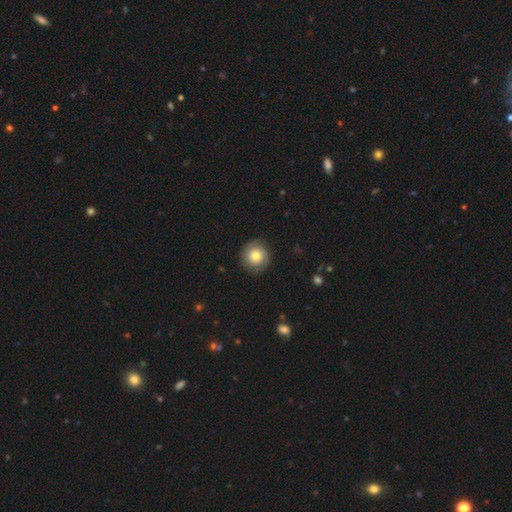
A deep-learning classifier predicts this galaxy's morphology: Q: Smooth or featured?
A: smooth (71%); runner-up: featured or disk (20%)
Q: How rounded?
A: round (93%); runner-up: in between (6%)
Q: Merging?
A: none (84%); runner-up: minor disturbance (11%)